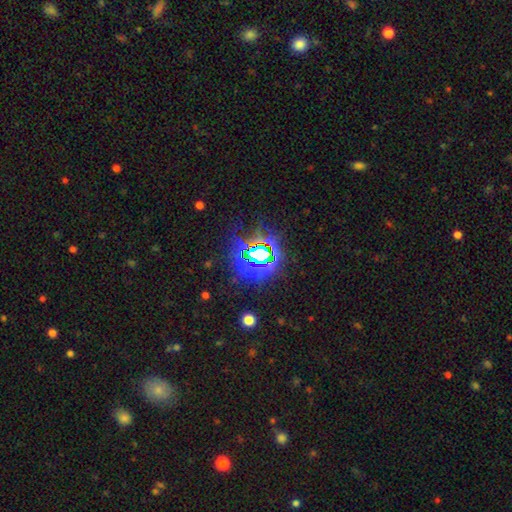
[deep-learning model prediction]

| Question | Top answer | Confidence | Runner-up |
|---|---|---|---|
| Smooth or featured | star or artifact | 76% | smooth (16%) |